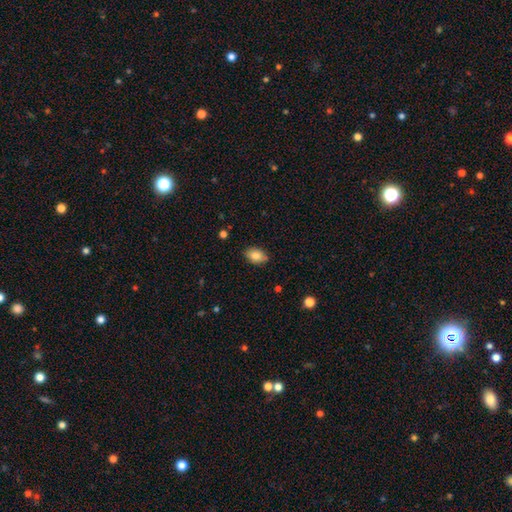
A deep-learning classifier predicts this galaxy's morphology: This appears to be a smooth galaxy with no disk features (83%) that is in between round and cigar-shaped (87%). Merging: none (84%).